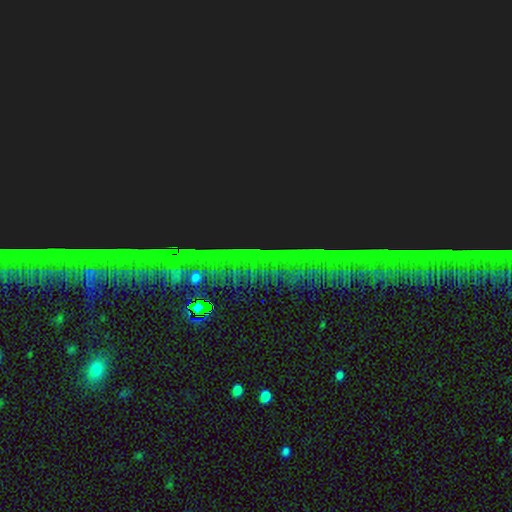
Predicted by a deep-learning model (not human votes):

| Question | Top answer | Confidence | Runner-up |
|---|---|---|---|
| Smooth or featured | star or artifact | 85% | featured or disk (8%) |